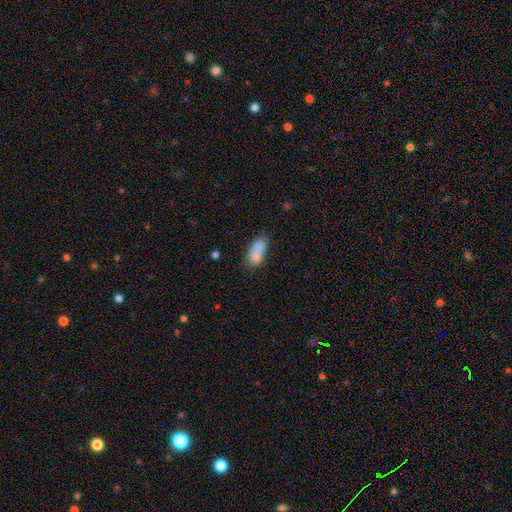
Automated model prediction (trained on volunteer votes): Overall: smooth (81%). How rounded: in between (76%). Merging: none (62%).